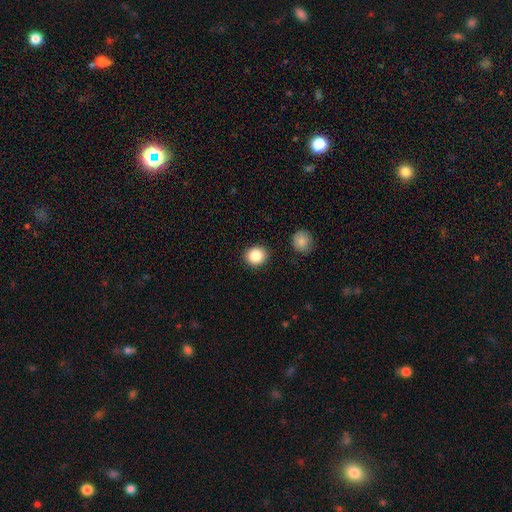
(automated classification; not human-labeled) Overall: smooth (86%). How rounded: round (84%). Merging: none (90%).